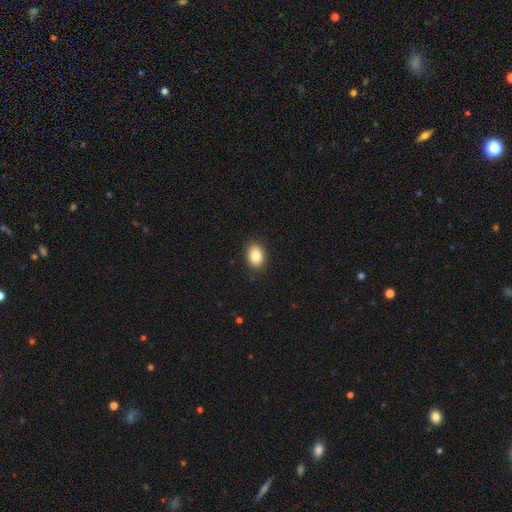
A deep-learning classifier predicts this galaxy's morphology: smooth 85%, star or artifact 9%, featured or disk 6%. Down the decision tree: how rounded — in between (71%); merging — none (89%).